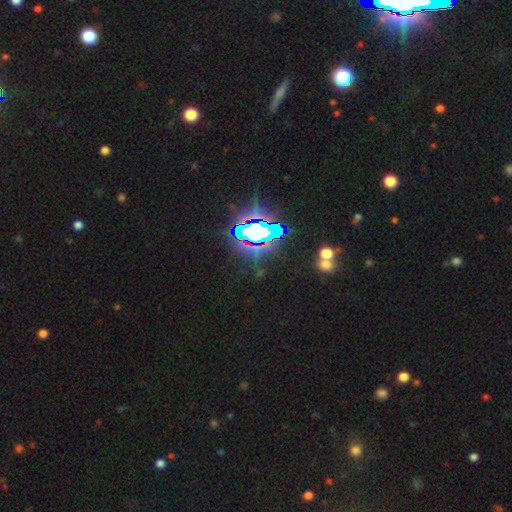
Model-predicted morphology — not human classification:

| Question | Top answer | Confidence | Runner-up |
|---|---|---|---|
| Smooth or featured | star or artifact | 79% | smooth (11%) |